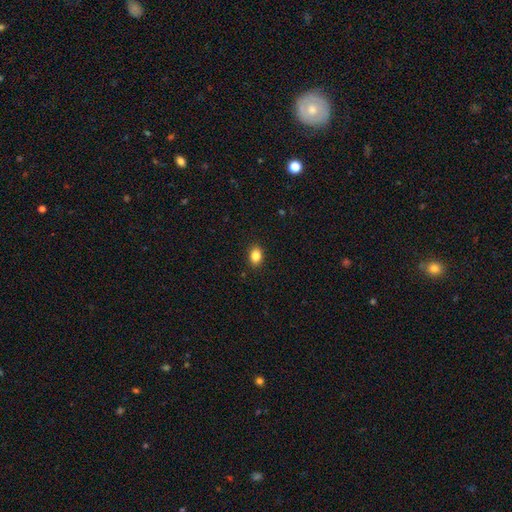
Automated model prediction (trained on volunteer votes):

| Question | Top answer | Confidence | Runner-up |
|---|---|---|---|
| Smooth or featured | smooth | 85% | star or artifact (10%) |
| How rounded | in between | 74% | round (25%) |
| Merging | none | 90% | minor disturbance (8%) |